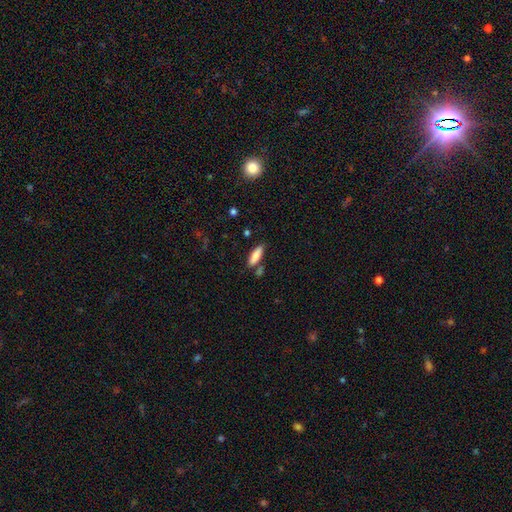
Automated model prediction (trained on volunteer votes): The model was most divided on "how rounded": in between: 52%, cigar-shaped: 47%, round: 2%. More confident: smooth or featured — smooth (84%); merging — none (75%).